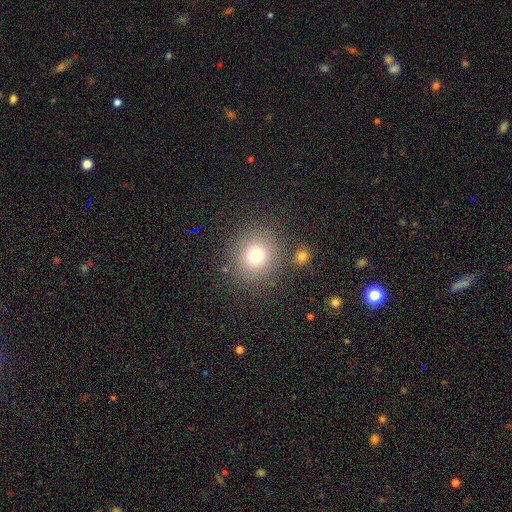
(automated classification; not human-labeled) This appears to be a smooth galaxy with no disk features (74%) that is round (90%). Merging: none (82%).